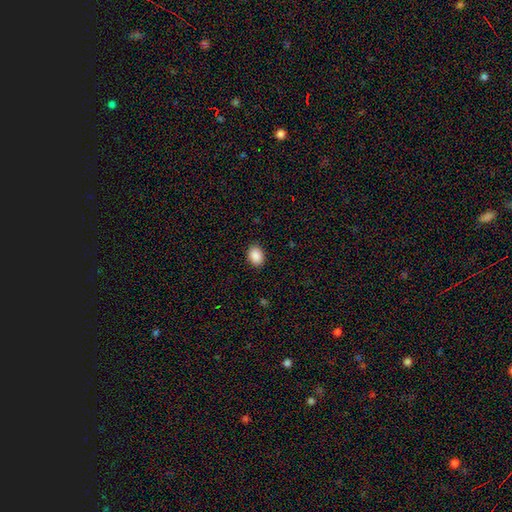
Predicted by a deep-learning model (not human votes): This is clearly a smooth galaxy (90%). How rounded: likely in between (68%). Merging: clearly none (90%).